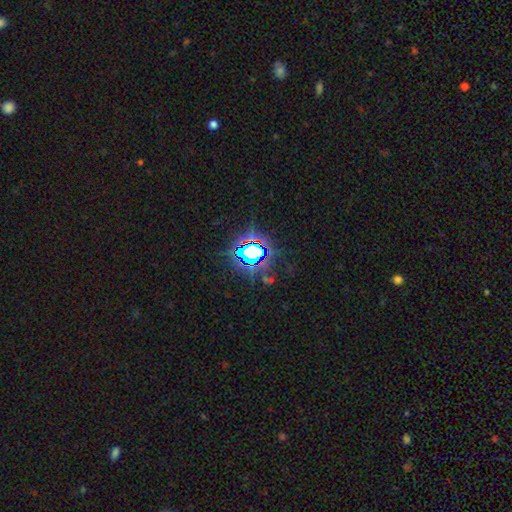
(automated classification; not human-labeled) Smooth or featured: star or artifact — 76% (smooth — 14%)